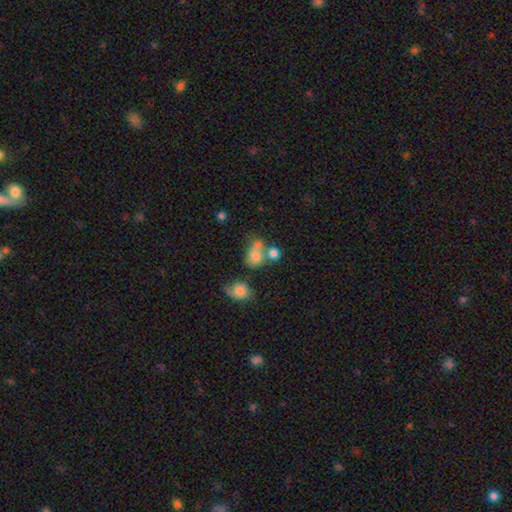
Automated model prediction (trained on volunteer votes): Smooth or featured? Predicted: smooth (p=0.71). How rounded? Predicted: round (p=0.63). Merging? Predicted: merger (p=0.45).